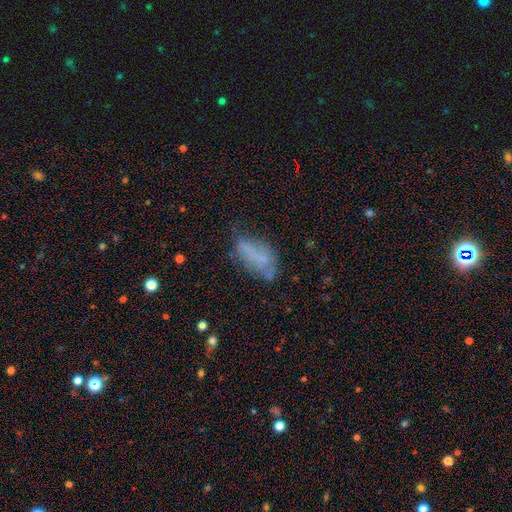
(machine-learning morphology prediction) smooth_or_featured: smooth (p=0.55) [alt: featured or disk p=0.31]
how_rounded: in between (p=0.82) [alt: cigar-shaped p=0.14]
merging: none (p=0.42) [alt: minor disturbance p=0.32]